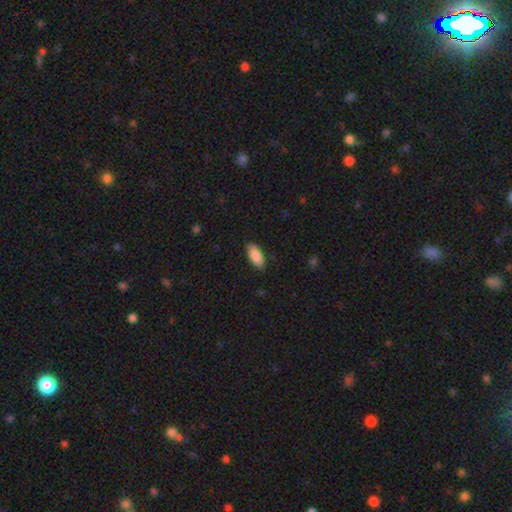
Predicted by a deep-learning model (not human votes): Q: Smooth or featured?
A: smooth (89%); runner-up: star or artifact (6%)
Q: How rounded?
A: in between (86%); runner-up: cigar-shaped (13%)
Q: Merging?
A: none (88%); runner-up: minor disturbance (9%)